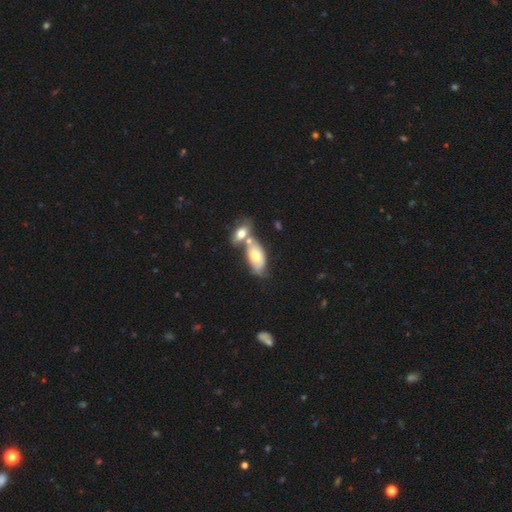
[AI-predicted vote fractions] smooth_or_featured: smooth (p=0.60) [alt: featured or disk p=0.34]
how_rounded: in between (p=0.90) [alt: cigar-shaped p=0.07]
merging: merger (p=0.53) [alt: none p=0.30]